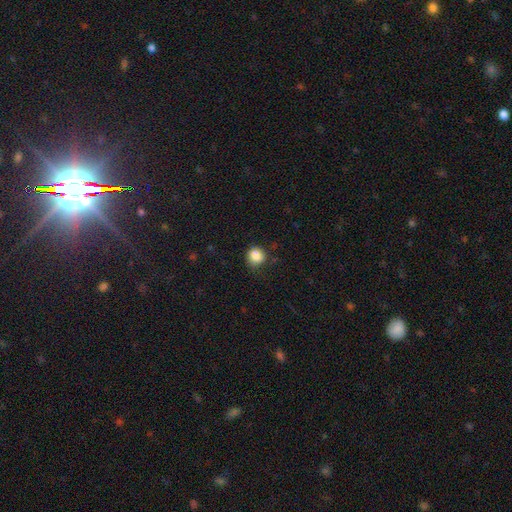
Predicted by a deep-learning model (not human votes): A smooth galaxy with no disk features (86%) that is round (84%).

Vote fractions:
- Smooth or featured? smooth: 86% / star or artifact: 10% / featured or disk: 4%
- How rounded? round: 84% / in between: 15% / cigar-shaped: 1%
- Merging? none: 74% / minor disturbance: 19% / major disturbance: 5% / merger: 2%